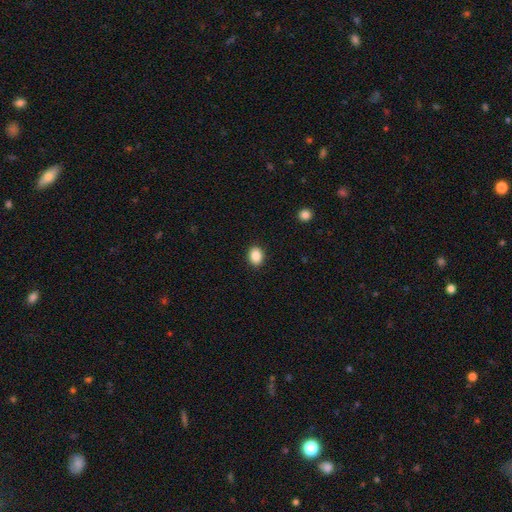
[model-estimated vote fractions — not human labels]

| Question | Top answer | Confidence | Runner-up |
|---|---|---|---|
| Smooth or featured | smooth | 88% | star or artifact (8%) |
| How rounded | in between | 58% | round (41%) |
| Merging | none | 91% | minor disturbance (6%) |